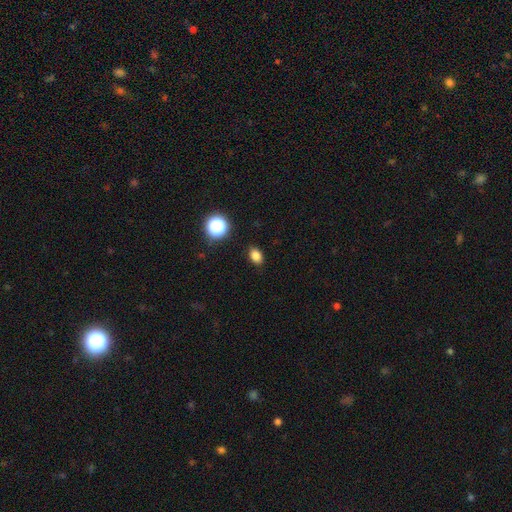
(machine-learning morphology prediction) A smooth galaxy with no disk features (82%) that is in between round and cigar-shaped (75%). Merging: none (87%).